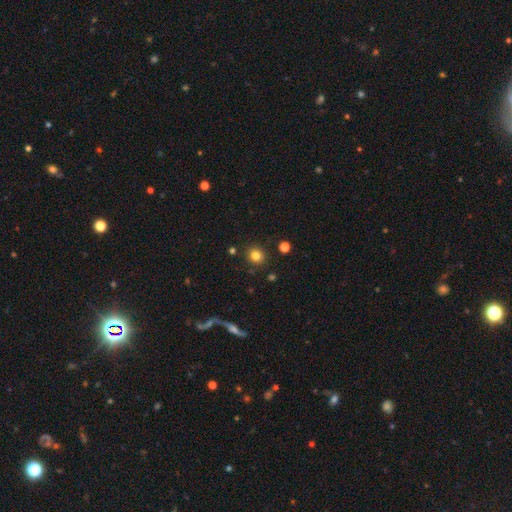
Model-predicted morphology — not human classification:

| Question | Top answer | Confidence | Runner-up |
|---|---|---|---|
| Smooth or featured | smooth | 81% | star or artifact (13%) |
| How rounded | round | 86% | in between (13%) |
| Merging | none | 89% | minor disturbance (6%) |